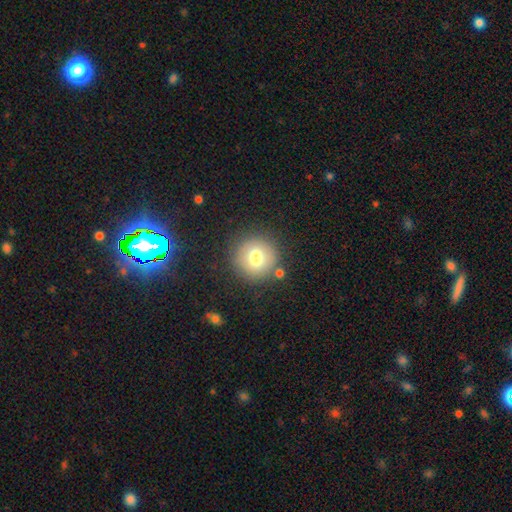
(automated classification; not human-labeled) This appears to be a smooth galaxy with no disk features (75%) that is round (92%). Merging: none (80%).